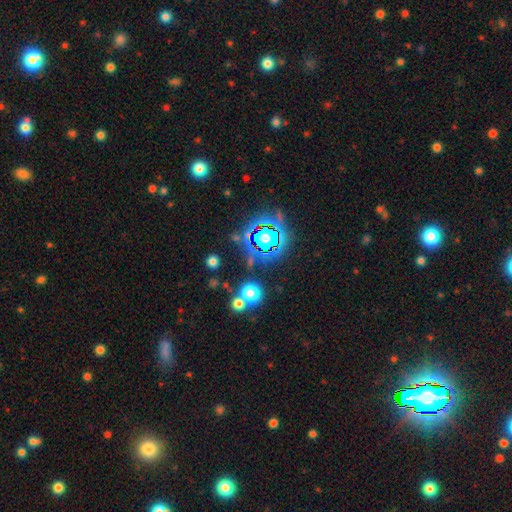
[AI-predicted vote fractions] Q: Smooth or featured?
A: star or artifact (81%); runner-up: smooth (12%)